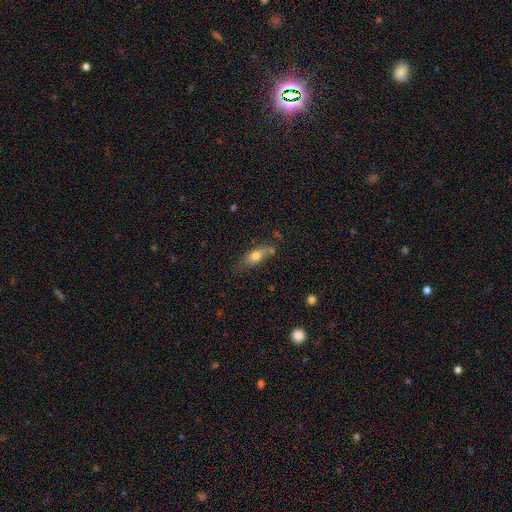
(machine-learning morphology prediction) Overall: smooth (68%). How rounded: in between (68%). Merging: none (57%; minor disturbance 24%).